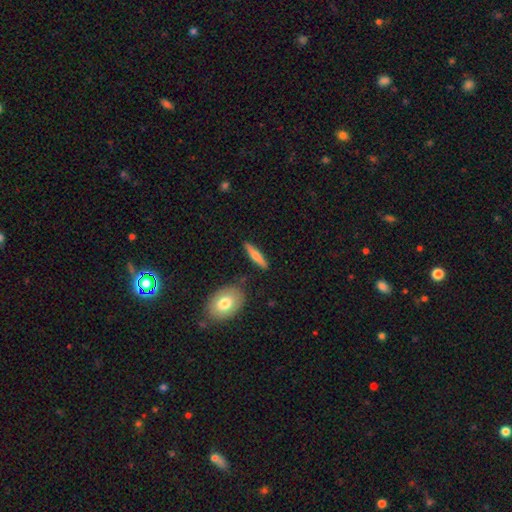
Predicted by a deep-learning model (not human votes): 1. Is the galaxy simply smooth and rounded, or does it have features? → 61% smooth, 34% featured or disk, 6% star or artifact.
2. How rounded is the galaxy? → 81% cigar-shaped, 17% in between, 3% round.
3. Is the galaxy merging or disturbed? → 85% none, 9% minor disturbance, 4% merger, 2% major disturbance.